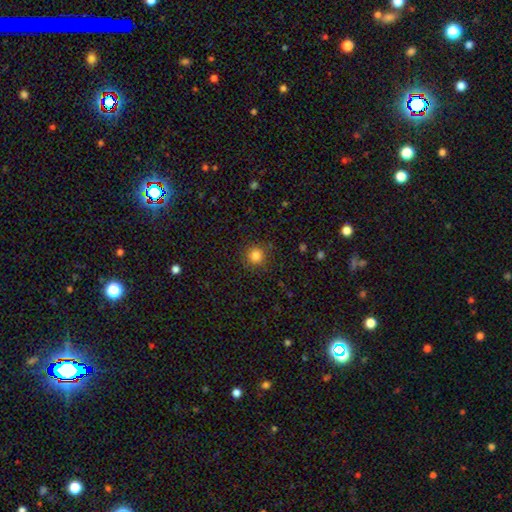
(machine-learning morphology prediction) Overall: smooth (82%). How rounded: round (94%). Merging: none (88%).